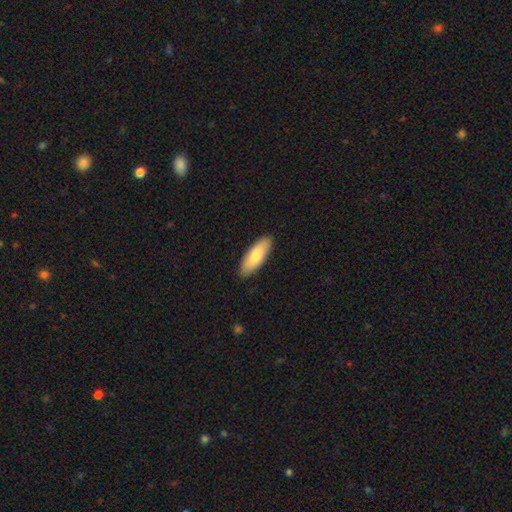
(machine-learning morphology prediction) Smooth or featured?
  - smooth: 78% *
  - featured or disk: 16%
  - star or artifact: 5%
How rounded?
  - in between: 68% *
  - cigar-shaped: 30%
  - round: 2%
Merging?
  - none: 88% *
  - minor disturbance: 9%
  - major disturbance: 2%
  - merger: 1%